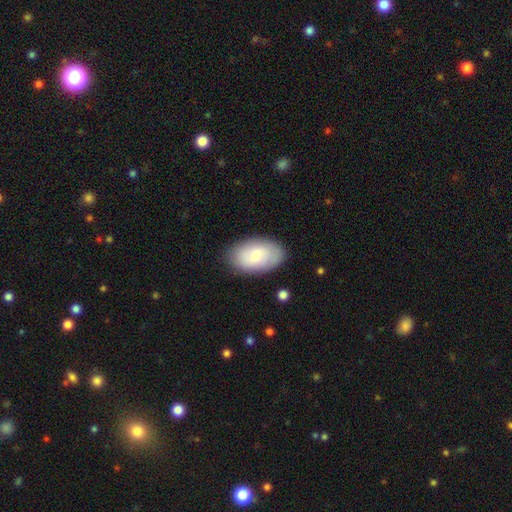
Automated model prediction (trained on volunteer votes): smooth-or-featured: smooth: 74% | featured or disk: 20% | star or artifact: 6%
  how-rounded: in between: 93% | round: 6% | cigar-shaped: 1%
  merging: none: 84% | minor disturbance: 12% | major disturbance: 3% | merger: 1%